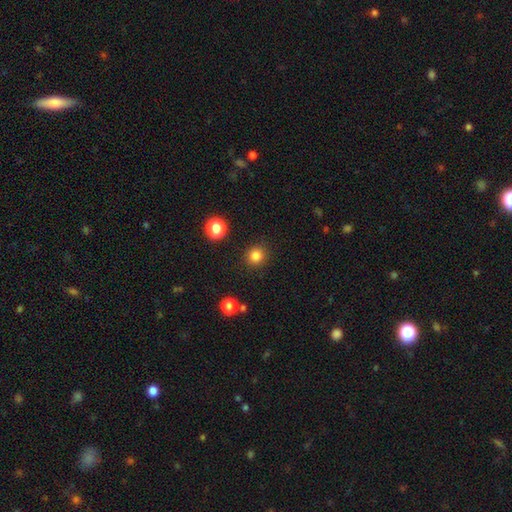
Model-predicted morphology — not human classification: This appears to be a smooth galaxy with no disk features (84%) that is round (92%). Merging: none (90%).